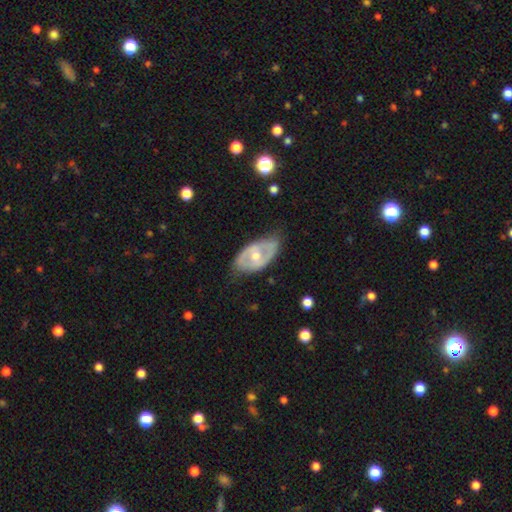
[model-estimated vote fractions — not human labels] smooth-or-featured: featured or disk: 67% | smooth: 28% | star or artifact: 5%
  disk-edge-on: no: 90% | yes: 10%
    bar: no: 54% | weak: 31% | strong: 15%
    has-spiral-arms: no: 61% | yes: 39%
    bulge-size: moderate: 66% | small: 29% | large: 3% | none: 1% | dominant: 1%
  merging: none: 68% | minor disturbance: 24% | major disturbance: 7% | merger: 1%